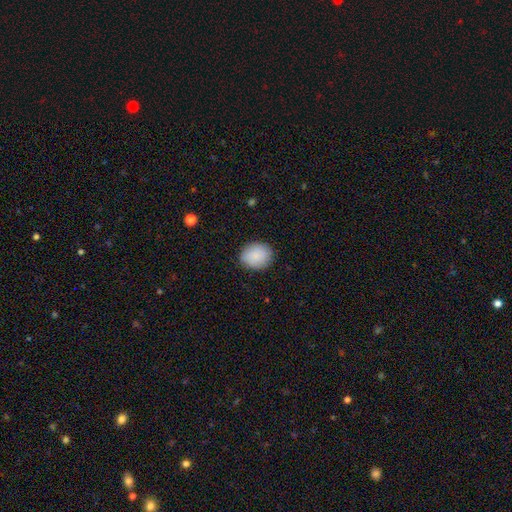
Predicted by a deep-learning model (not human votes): The model was most divided on "how rounded": round: 67%, in between: 32%, cigar-shaped: 1%. More confident: smooth or featured — smooth (88%); merging — none (84%).